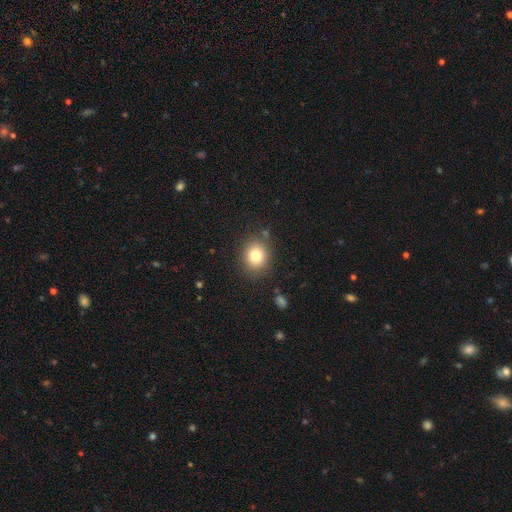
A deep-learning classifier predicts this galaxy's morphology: The model was most divided on "how rounded": round: 74%, in between: 25%, cigar-shaped: 1%. More confident: merging — none (85%); smooth or featured — smooth (79%).